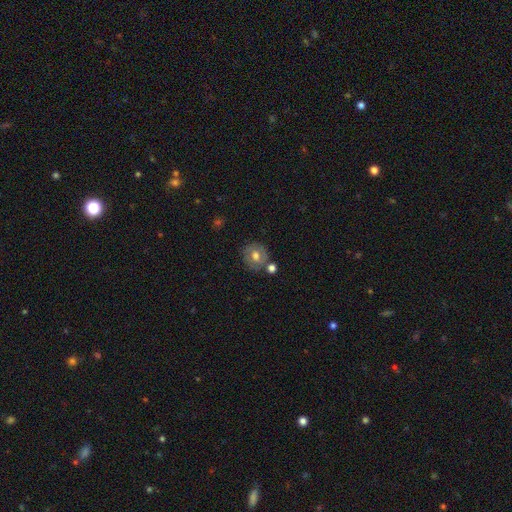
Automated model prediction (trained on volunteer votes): Smooth or featured: smooth — 52% (featured or disk — 39%)
How rounded: round — 79% (in between — 20%)
Merging: none — 73% (minor disturbance — 13%)